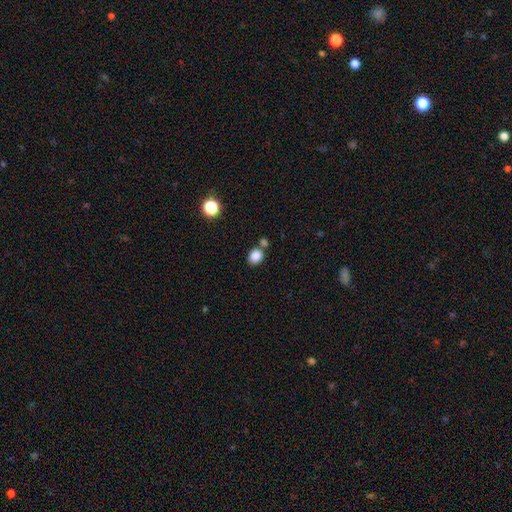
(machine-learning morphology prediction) This appears to be a smooth galaxy with no disk features (85%) that is round (59%). Merging: none (67%).